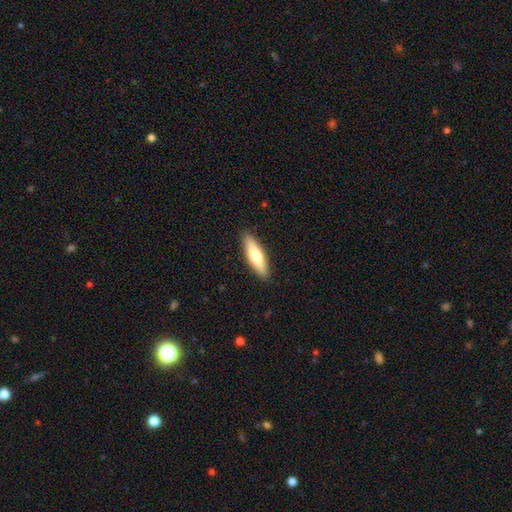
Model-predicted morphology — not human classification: smooth-or-featured: smooth: 67% | featured or disk: 28% | star or artifact: 5%
  how-rounded: cigar-shaped: 61% | in between: 37% | round: 2%
  merging: none: 90% | minor disturbance: 8% | major disturbance: 2% | merger: 1%